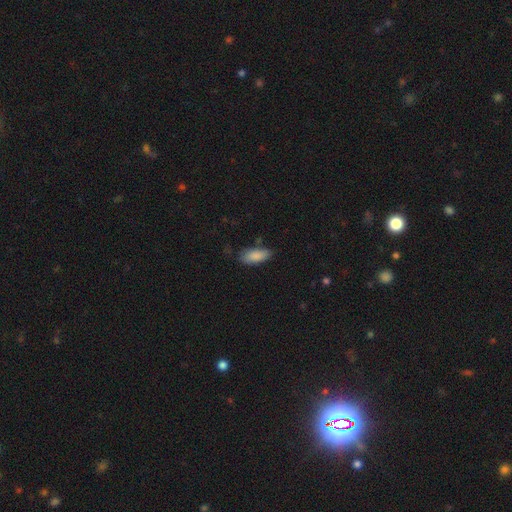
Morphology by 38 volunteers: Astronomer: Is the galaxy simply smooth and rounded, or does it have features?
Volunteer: smooth — 87%.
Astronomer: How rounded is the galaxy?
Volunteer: in between — 94%.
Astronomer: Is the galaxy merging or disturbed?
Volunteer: none — 76%.